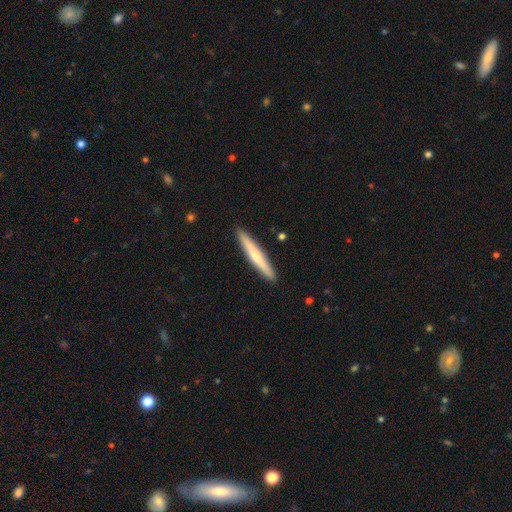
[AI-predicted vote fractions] Smooth or featured? smooth (58%)
How rounded? cigar-shaped (95%)
Merging? none (92%)